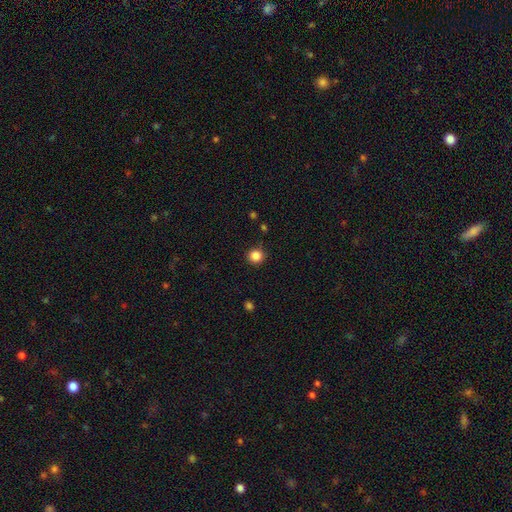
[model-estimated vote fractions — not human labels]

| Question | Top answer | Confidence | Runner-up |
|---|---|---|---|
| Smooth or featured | smooth | 85% | star or artifact (11%) |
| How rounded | round | 92% | in between (8%) |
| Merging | none | 89% | minor disturbance (7%) |